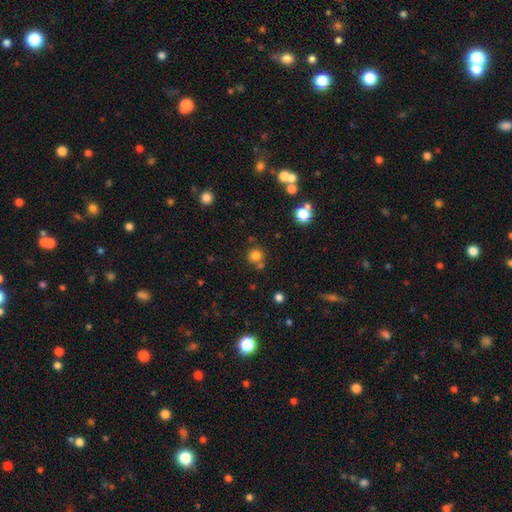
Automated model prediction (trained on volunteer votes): A smooth galaxy with no disk features (78%) that is round (88%). Merging: none (66%).